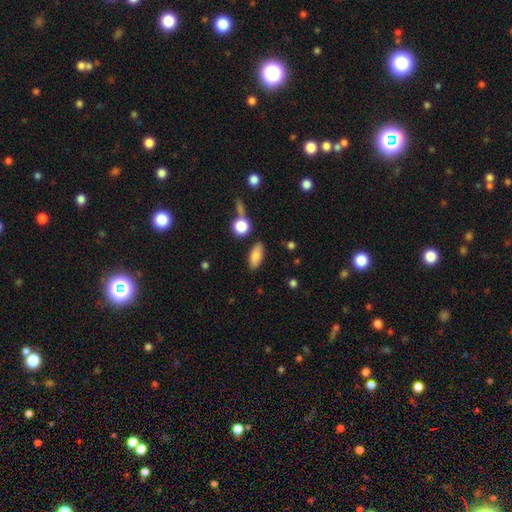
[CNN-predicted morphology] Q: Smooth or featured?
A: smooth (82%); runner-up: featured or disk (10%)
Q: How rounded?
A: in between (84%); runner-up: cigar-shaped (11%)
Q: Merging?
A: none (83%); runner-up: minor disturbance (10%)